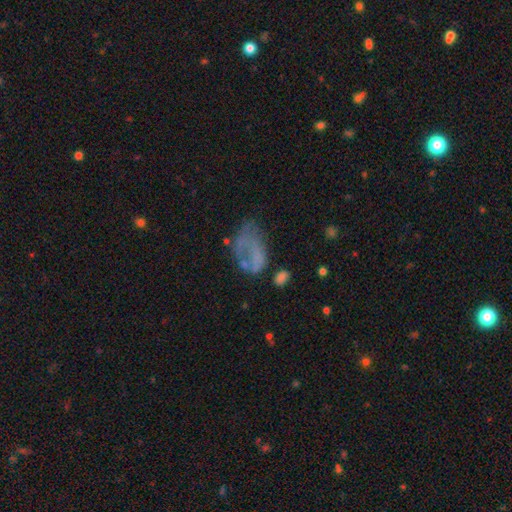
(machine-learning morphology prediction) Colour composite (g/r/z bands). It shows a smooth galaxy with no disk features (48%). Merging: major disturbance (43%).